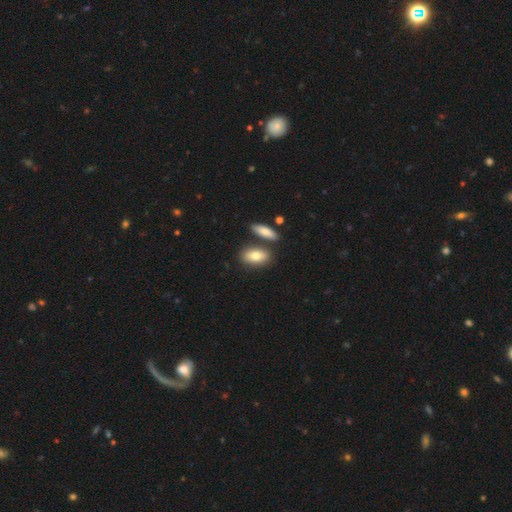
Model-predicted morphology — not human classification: This appears to be a smooth galaxy with no disk features (79%) that is in between round and cigar-shaped (85%). Merging: none (69%).